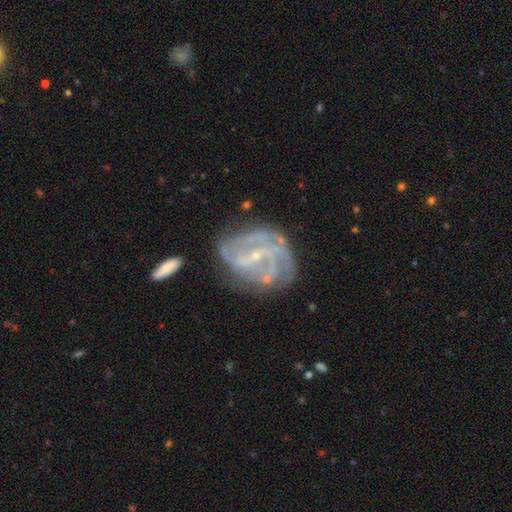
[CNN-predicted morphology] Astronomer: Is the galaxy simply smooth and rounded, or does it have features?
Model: featured or disk — 85%.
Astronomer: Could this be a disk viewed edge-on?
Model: no — 97%.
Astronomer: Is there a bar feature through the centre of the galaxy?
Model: weak — 45% (runner-up: no, 29%).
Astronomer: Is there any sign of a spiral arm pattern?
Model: yes — 91%.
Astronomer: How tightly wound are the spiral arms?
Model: tight — 45% (runner-up: medium, 40%).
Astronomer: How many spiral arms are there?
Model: can't tell — 29% (runner-up: 3, 22%).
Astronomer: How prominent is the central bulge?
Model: small — 80%.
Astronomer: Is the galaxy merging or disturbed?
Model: none — 58%.